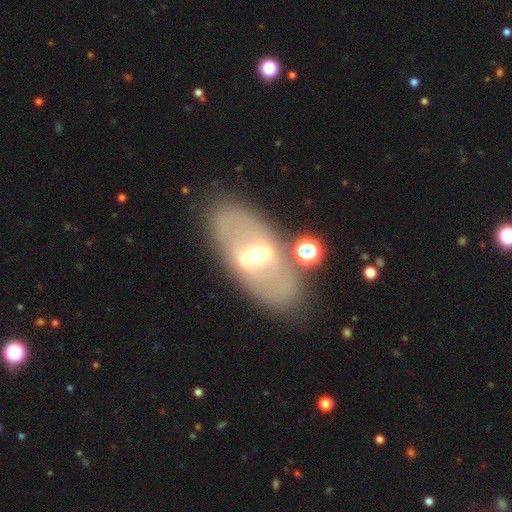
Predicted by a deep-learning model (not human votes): featured or disk 68%, smooth 24%, star or artifact 8%. Down the decision tree: edge-on disk — no (84%); bar — strong (51%); spiral arms — no (75%); bulge size — moderate (61%); merging — none (72%).